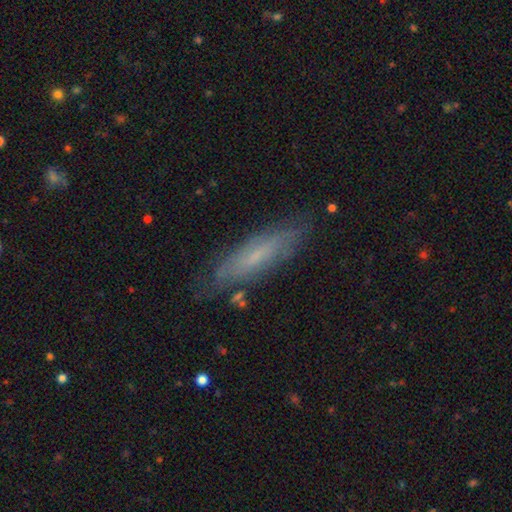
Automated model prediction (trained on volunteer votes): Smooth or featured? smooth (46%, tied with featured or disk)
Merging? none (80%)